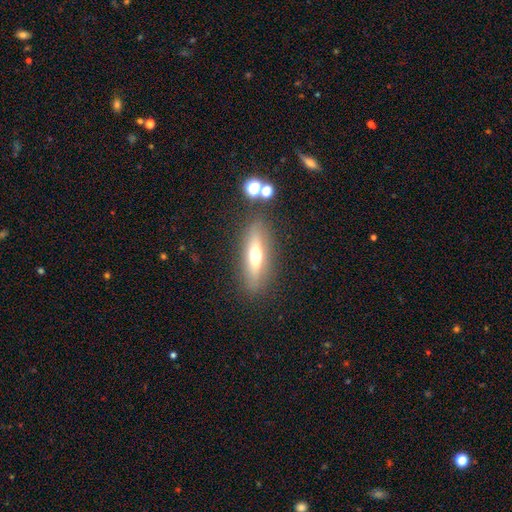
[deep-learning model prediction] Smooth or featured? smooth (53%)
How rounded? cigar-shaped (59%)
Merging? none (83%)